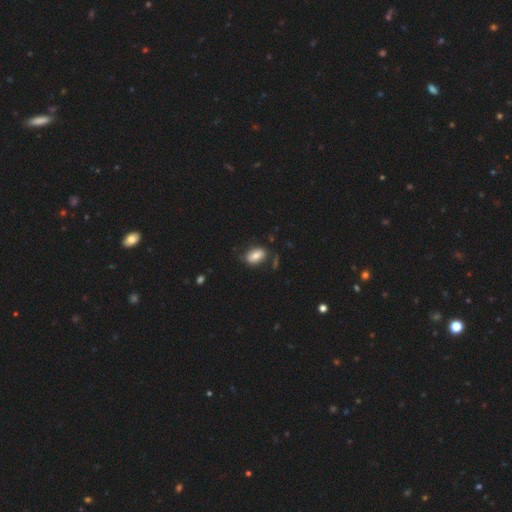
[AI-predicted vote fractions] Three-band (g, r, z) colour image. It shows a smooth galaxy with no disk features (78%) that is in between round and cigar-shaped (89%). Merging: none (73%).